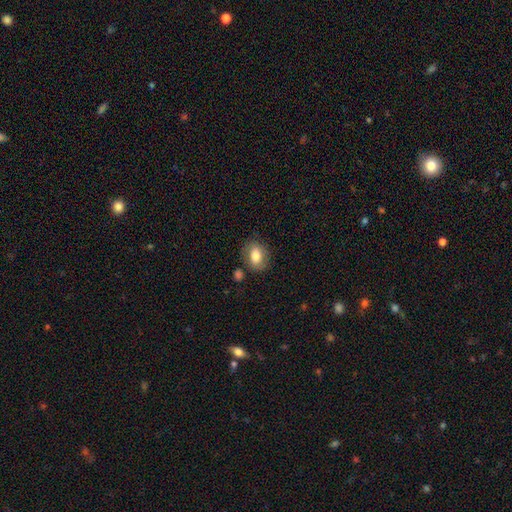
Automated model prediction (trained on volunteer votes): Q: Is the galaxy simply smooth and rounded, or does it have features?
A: smooth — 76%.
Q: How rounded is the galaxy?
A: in between — 69%.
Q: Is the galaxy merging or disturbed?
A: none — 73%.